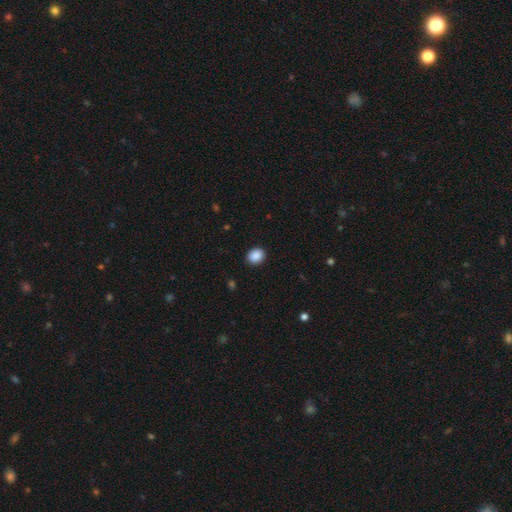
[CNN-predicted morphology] A smooth galaxy with no disk features (89%) that is round (52%).

Vote fractions:
- Smooth or featured? smooth: 89% / star or artifact: 8% / featured or disk: 3%
- How rounded? round: 52% / in between: 47% / cigar-shaped: 1%
- Merging? none: 90% / minor disturbance: 7% / major disturbance: 2% / merger: 1%